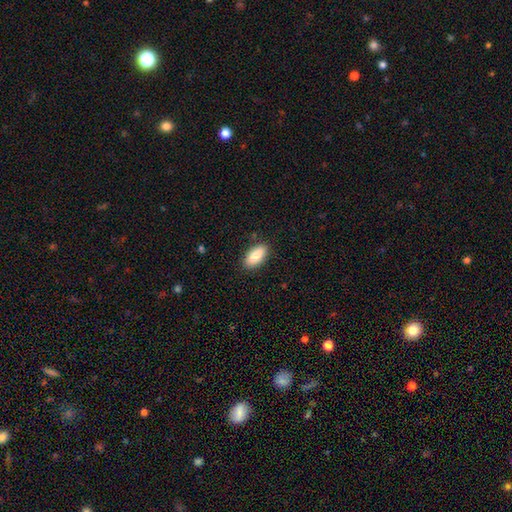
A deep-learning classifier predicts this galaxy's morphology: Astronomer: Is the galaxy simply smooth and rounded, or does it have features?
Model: smooth — 87%.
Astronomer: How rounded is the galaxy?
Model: in between — 90%.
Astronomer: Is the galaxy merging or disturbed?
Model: none — 87%.